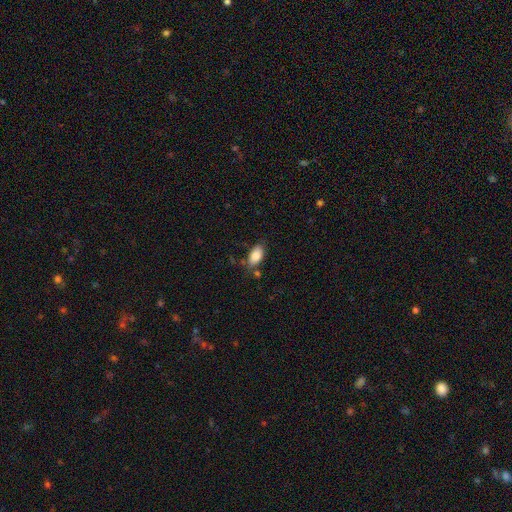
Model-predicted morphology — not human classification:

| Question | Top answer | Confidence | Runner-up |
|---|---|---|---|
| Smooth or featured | smooth | 85% | featured or disk (8%) |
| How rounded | in between | 92% | round (4%) |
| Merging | none | 68% | minor disturbance (21%) |